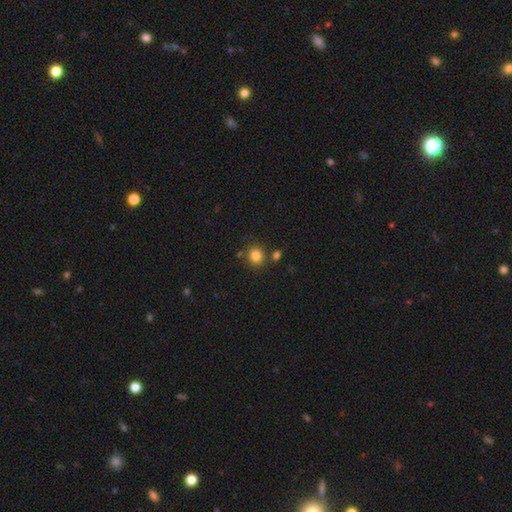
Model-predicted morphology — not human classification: Q: Smooth or featured?
A: smooth (83%); runner-up: star or artifact (12%)
Q: How rounded?
A: round (81%); runner-up: in between (18%)
Q: Merging?
A: none (77%); runner-up: merger (10%)